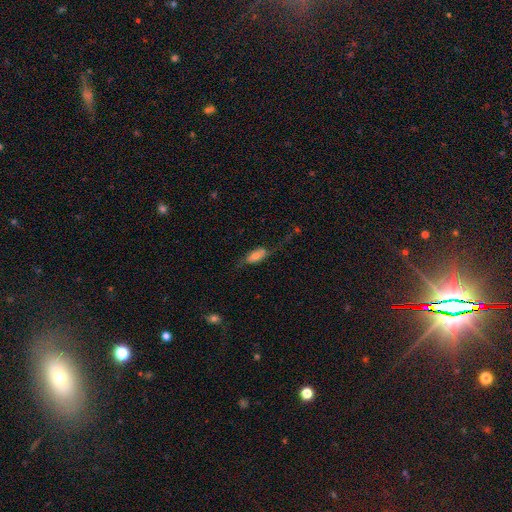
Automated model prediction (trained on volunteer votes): smooth_or_featured: smooth (p=0.55) [alt: featured or disk p=0.37]
how_rounded: in between (p=0.80) [alt: cigar-shaped p=0.16]
merging: none (p=0.39) [alt: major disturbance p=0.30]